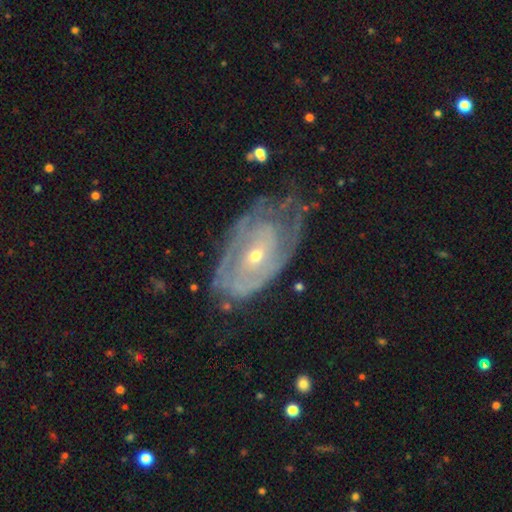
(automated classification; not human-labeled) This is clearly a featured or disk galaxy (81%). It is clearly not viewed edge-on (94%). Bar: likely no (63%). Spiral arm pattern: clearly yes (85%). Spiral arm count: possibly can't tell (48%). Spiral winding: likely tight (66%). Central bulge: likely small (64%). Merging: possibly none (51%).